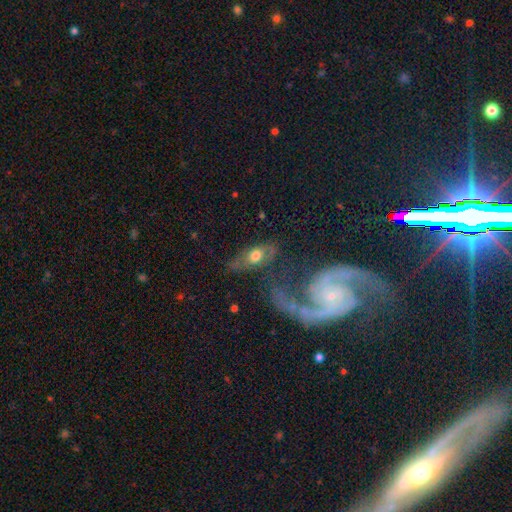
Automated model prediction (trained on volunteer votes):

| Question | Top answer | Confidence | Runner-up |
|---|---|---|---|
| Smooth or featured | smooth | 47% | featured or disk (43%) |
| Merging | none | 51% | minor disturbance (22%) |